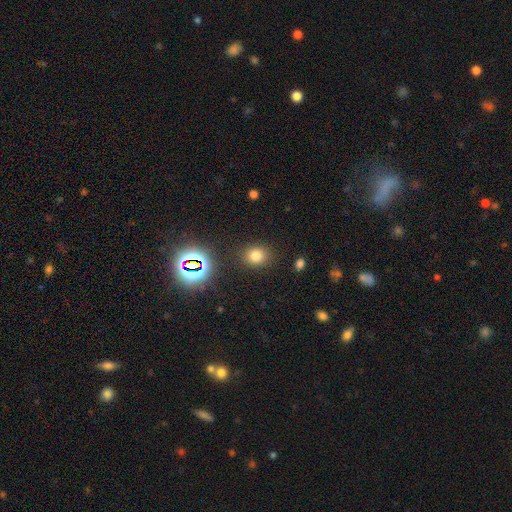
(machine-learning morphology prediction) The model was most divided on "how rounded": round: 70%, in between: 29%, cigar-shaped: 1%. More confident: merging — none (85%); smooth or featured — smooth (74%).